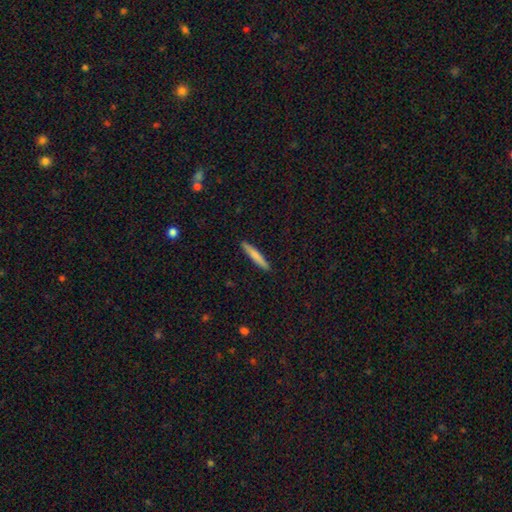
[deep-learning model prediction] smooth_or_featured: smooth (p=0.76) [alt: featured or disk p=0.19]
how_rounded: cigar-shaped (p=0.94) [alt: in between p=0.04]
merging: none (p=0.91) [alt: minor disturbance p=0.06]